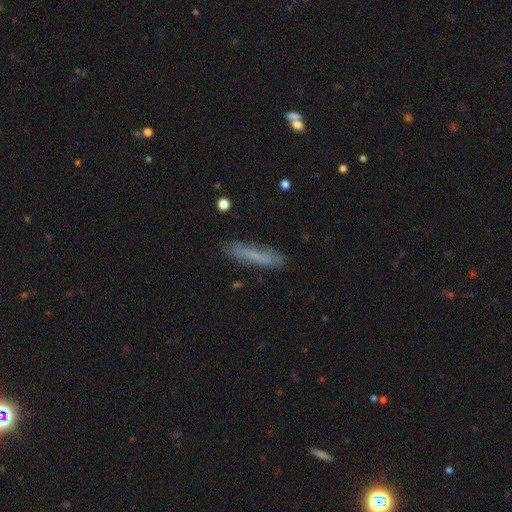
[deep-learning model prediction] A smooth galaxy with no disk features (66%) that is cigar-shaped (86%).

Vote fractions:
- Smooth or featured? smooth: 66% / featured or disk: 25% / star or artifact: 9%
- How rounded? cigar-shaped: 86% / in between: 13% / round: 1%
- Merging? none: 81% / minor disturbance: 14% / major disturbance: 4% / merger: 2%